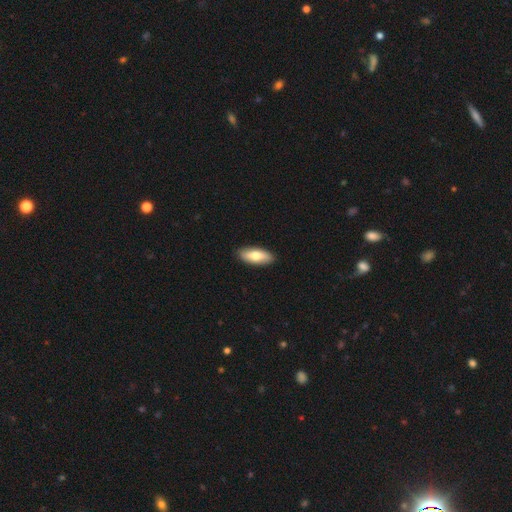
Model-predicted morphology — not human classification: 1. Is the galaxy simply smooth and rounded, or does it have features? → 71% smooth, 23% featured or disk, 5% star or artifact.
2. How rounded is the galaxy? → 77% in between, 20% cigar-shaped, 2% round.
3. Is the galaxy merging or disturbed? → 90% none, 7% minor disturbance, 1% major disturbance, 1% merger.